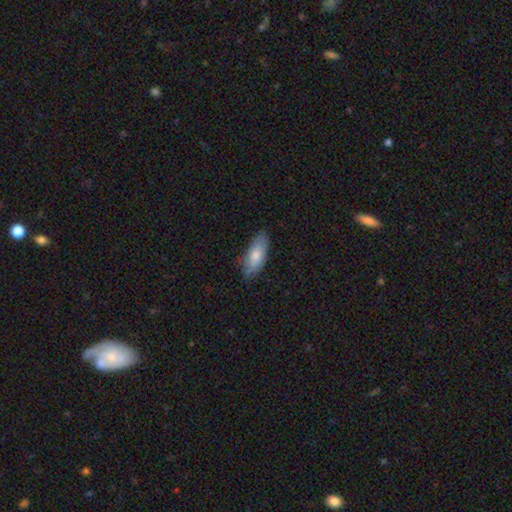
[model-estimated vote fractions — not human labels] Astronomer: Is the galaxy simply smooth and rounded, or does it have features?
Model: smooth — 77%.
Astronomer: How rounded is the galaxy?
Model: in between — 78%.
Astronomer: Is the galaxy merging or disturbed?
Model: none — 74%.